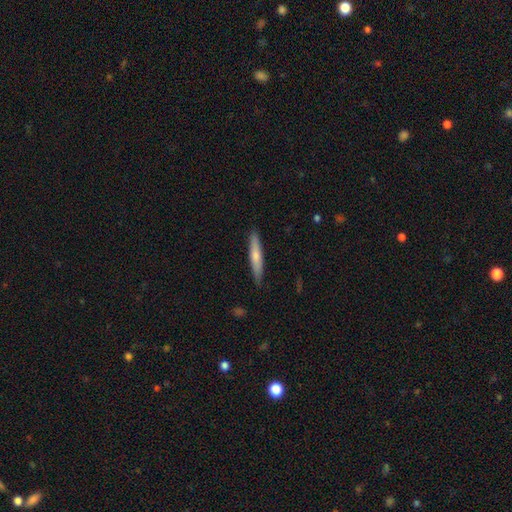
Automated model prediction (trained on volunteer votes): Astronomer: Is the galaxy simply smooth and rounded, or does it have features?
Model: smooth — 63%.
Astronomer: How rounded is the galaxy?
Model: cigar-shaped — 93%.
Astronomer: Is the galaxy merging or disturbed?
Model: none — 88%.